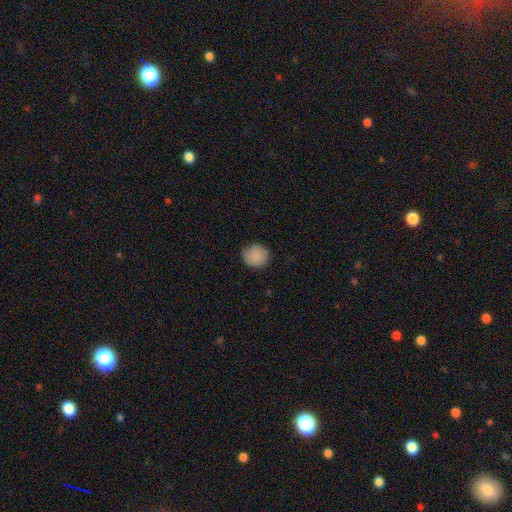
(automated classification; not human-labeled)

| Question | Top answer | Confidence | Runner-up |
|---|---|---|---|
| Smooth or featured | smooth | 87% | star or artifact (8%) |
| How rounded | round | 89% | in between (10%) |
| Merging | none | 82% | minor disturbance (14%) |